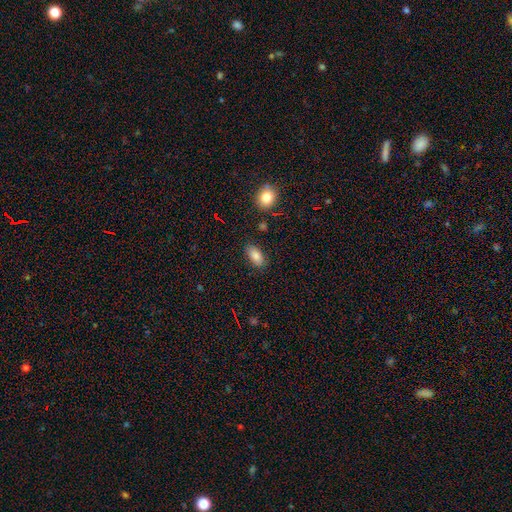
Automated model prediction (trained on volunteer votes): Q: Smooth or featured?
A: smooth (84%); runner-up: star or artifact (9%)
Q: How rounded?
A: in between (92%); runner-up: round (4%)
Q: Merging?
A: none (83%); runner-up: minor disturbance (12%)